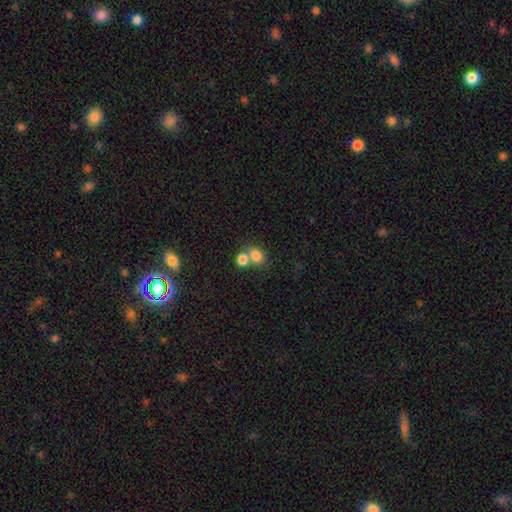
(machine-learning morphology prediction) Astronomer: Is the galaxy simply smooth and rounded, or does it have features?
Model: smooth — 80%.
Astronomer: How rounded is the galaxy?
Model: round — 53% (runner-up: in between, 46%).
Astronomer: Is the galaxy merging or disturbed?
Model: merger — 49% (runner-up: none, 38%).